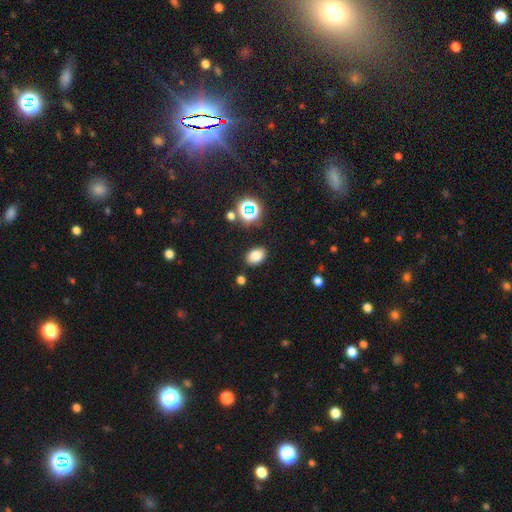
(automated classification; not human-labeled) Smooth or featured: smooth — 79% (star or artifact — 14%)
How rounded: in between — 78% (round — 21%)
Merging: none — 85% (minor disturbance — 9%)